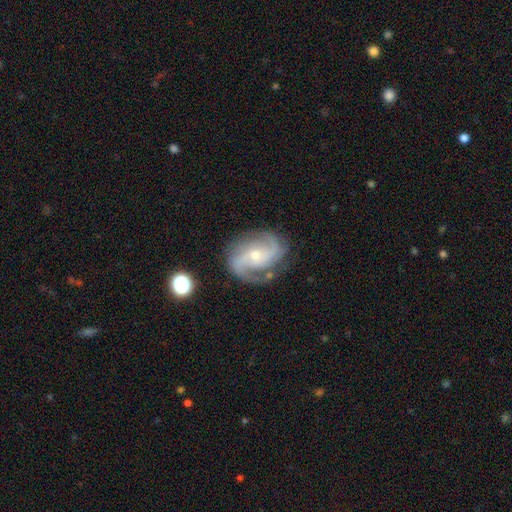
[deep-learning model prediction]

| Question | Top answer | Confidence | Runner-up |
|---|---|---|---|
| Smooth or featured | featured or disk | 88% | smooth (6%) |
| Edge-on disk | no | 97% | yes (3%) |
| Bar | no | 54% | weak (32%) |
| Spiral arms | yes | 97% | no (3%) |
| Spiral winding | medium | 50% | tight (29%) |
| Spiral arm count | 2 | 63% | 3 (17%) |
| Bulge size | small | 66% | moderate (30%) |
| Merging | none | 73% | minor disturbance (17%) |